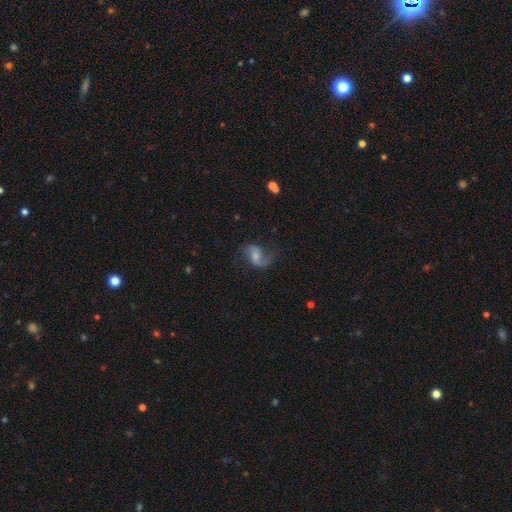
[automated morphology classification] smooth_or_featured: featured or disk (p=0.68) [alt: smooth p=0.23]
disk_edge_on: no (p=0.97) [alt: yes p=0.03]
bar: weak (p=0.45) [alt: no p=0.39]
has_spiral_arms: yes (p=0.92) [alt: no p=0.08]
spiral_winding: loose (p=0.61) [alt: medium p=0.32]
spiral_arm_count: 2 (p=0.85) [alt: 1 p=0.08]
bulge_size: moderate (p=0.40) [alt: small p=0.37]
merging: none (p=0.61) [alt: minor disturbance p=0.20]